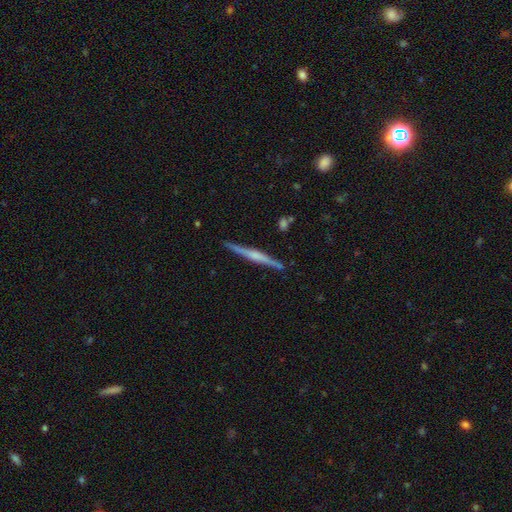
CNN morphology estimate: Smooth or featured? Predicted: featured or disk (p=0.73). Edge-on disk? Predicted: yes (p=0.98). Edge-on bulge? Predicted: rounded (p=0.56). Merging? Predicted: none (p=0.90).